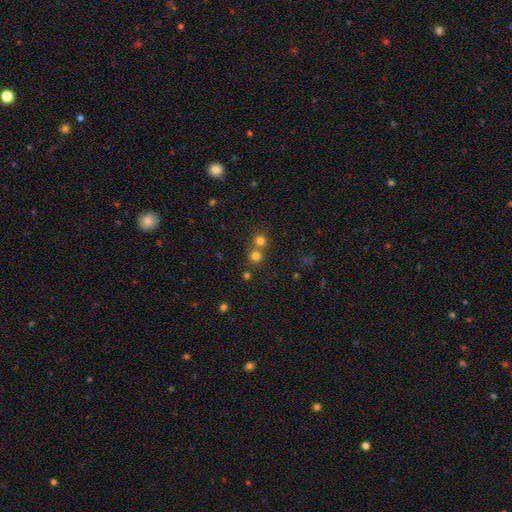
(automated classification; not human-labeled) Q: Smooth or featured?
A: smooth (74%); runner-up: star or artifact (19%)
Q: How rounded?
A: round (91%); runner-up: in between (8%)
Q: Merging?
A: none (56%); runner-up: merger (37%)